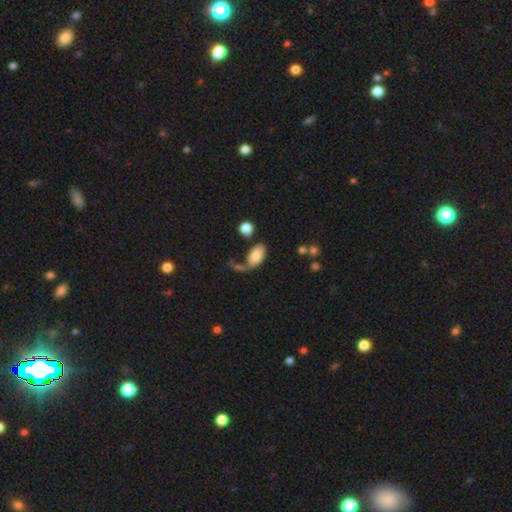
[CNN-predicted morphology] Q: Smooth or featured?
A: smooth (77%); runner-up: featured or disk (15%)
Q: How rounded?
A: in between (93%); runner-up: round (4%)
Q: Merging?
A: none (45%); runner-up: merger (20%)